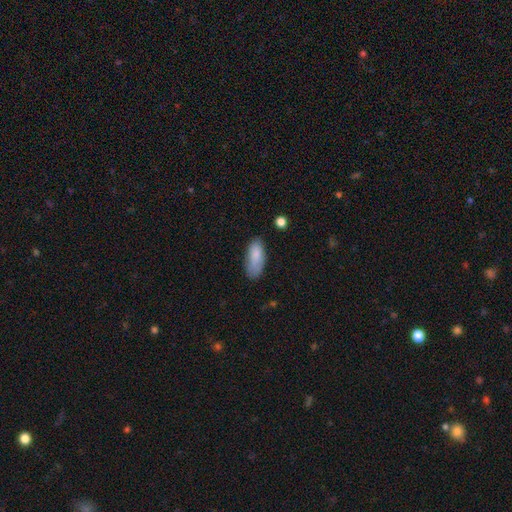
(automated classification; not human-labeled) smooth 84%, featured or disk 9%, star or artifact 7%. Down the decision tree: how rounded — in between (80%); merging — none (64%).